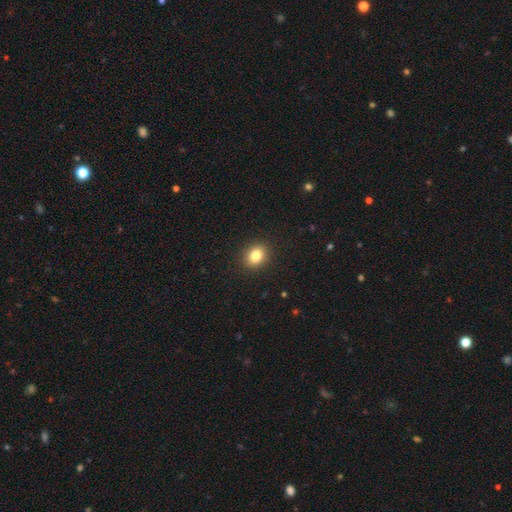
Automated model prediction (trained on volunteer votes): smooth 82%, star or artifact 11%, featured or disk 7%. Down the decision tree: how rounded — round (55%); merging — none (91%).